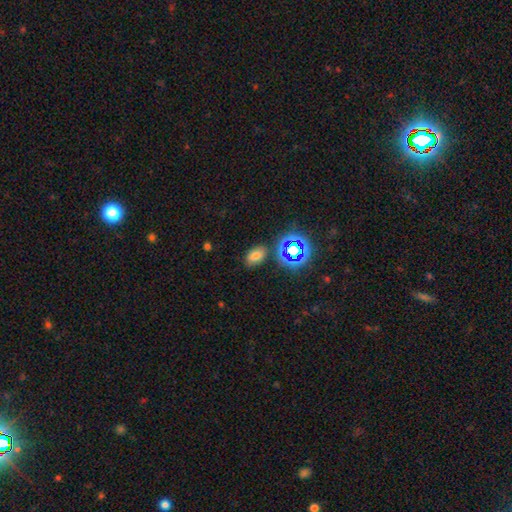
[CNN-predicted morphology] This is likely a smooth galaxy (68%). How rounded: clearly in between (85%). Merging: likely none (80%).